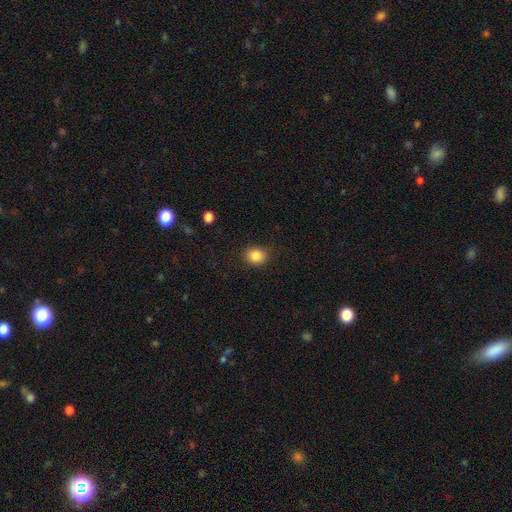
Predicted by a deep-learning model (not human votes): The model was most divided on "how rounded": round: 65%, in between: 34%, cigar-shaped: 1%. More confident: smooth or featured — smooth (85%); merging — none (84%).